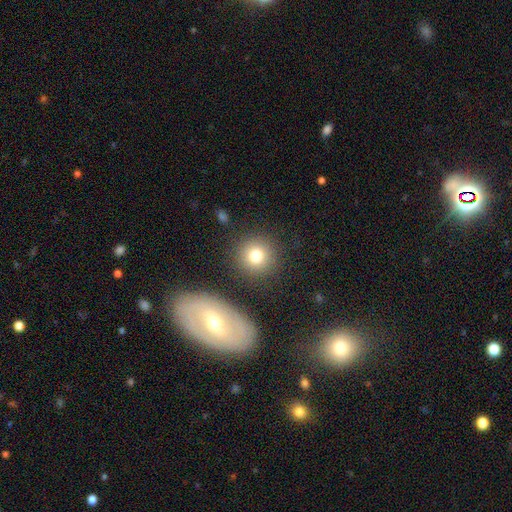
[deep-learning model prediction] smooth-or-featured: smooth: 79% | star or artifact: 12% | featured or disk: 10%
  how-rounded: round: 92% | in between: 7% | cigar-shaped: 1%
  merging: none: 85% | minor disturbance: 7% | merger: 5% | major disturbance: 3%